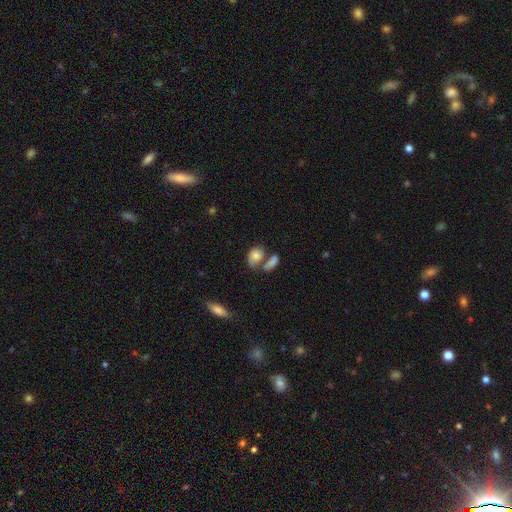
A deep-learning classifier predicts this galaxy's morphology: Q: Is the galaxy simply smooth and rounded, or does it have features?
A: smooth — 72%.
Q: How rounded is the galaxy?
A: in between — 73%.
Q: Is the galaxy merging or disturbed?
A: merger — 42%.